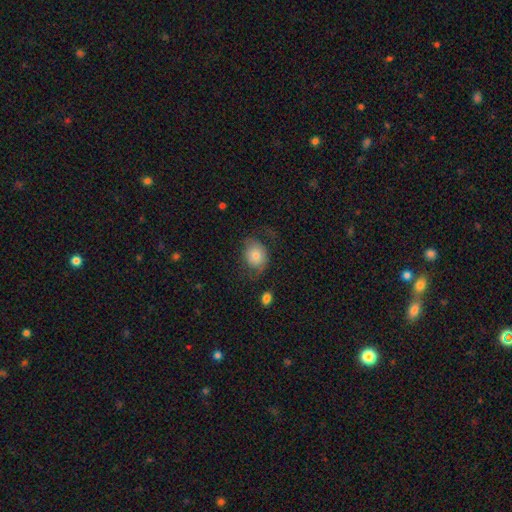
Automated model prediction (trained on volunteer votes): This is likely a smooth galaxy (68%). How rounded: possibly in between (51%). Merging: possibly none (52%).